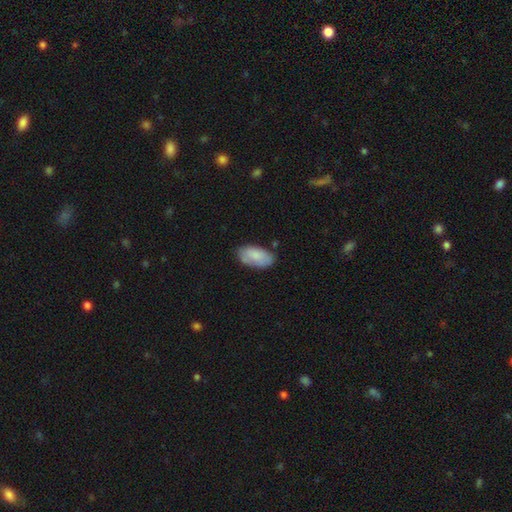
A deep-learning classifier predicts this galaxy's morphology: Q: Smooth or featured?
A: smooth (81%); runner-up: featured or disk (13%)
Q: How rounded?
A: in between (95%); runner-up: round (3%)
Q: Merging?
A: none (73%); runner-up: minor disturbance (21%)